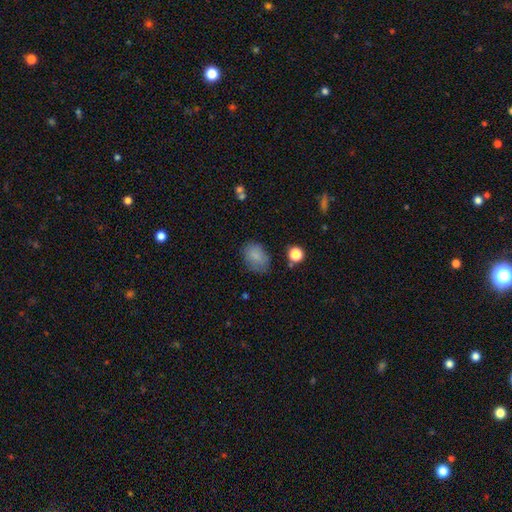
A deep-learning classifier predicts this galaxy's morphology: Smooth or featured? Predicted: smooth (p=0.83). How rounded? Predicted: in between (p=0.76). Merging? Predicted: none (p=0.74).